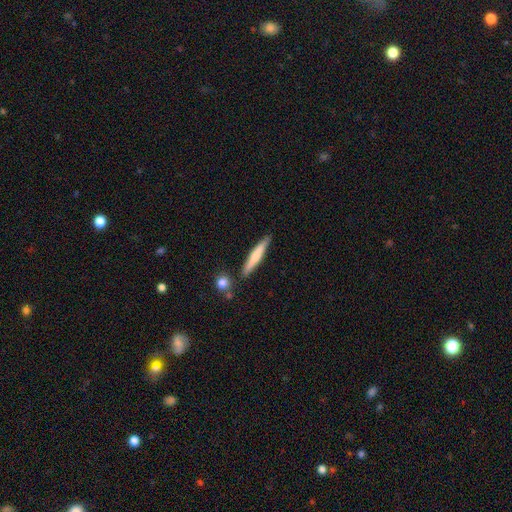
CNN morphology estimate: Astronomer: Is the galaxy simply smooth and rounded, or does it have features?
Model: smooth — 61%.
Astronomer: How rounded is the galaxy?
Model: cigar-shaped — 93%.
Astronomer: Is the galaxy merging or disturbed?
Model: none — 85%.